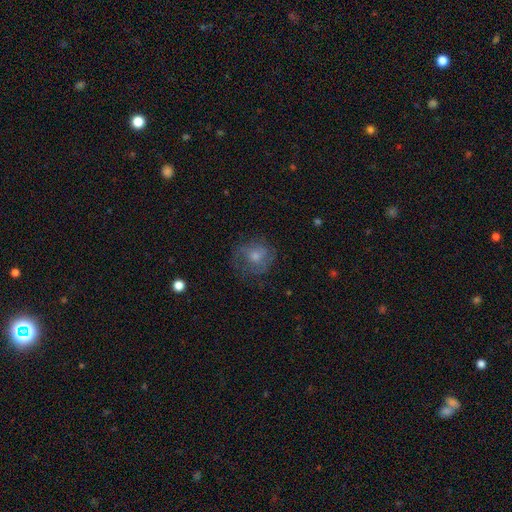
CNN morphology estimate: Smooth or featured: smooth — 44% (featured or disk — 42%)
Merging: none — 66% (minor disturbance — 20%)